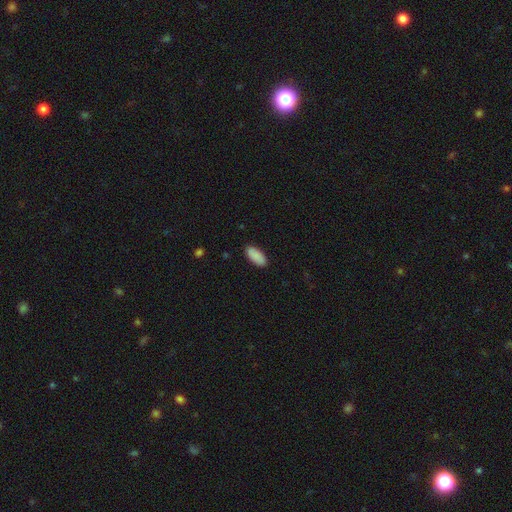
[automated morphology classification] Smooth or featured? smooth (90%)
How rounded? in between (89%)
Merging? none (88%)